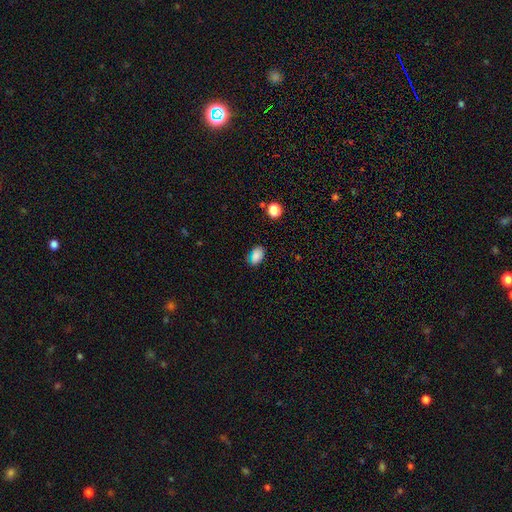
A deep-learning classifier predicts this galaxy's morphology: A smooth galaxy with no disk features (81%) that is in between round and cigar-shaped (87%).

Vote fractions:
- Smooth or featured? smooth: 81% / star or artifact: 13% / featured or disk: 6%
- How rounded? in between: 87% / round: 11% / cigar-shaped: 2%
- Merging? none: 76% / minor disturbance: 17% / major disturbance: 4% / merger: 3%